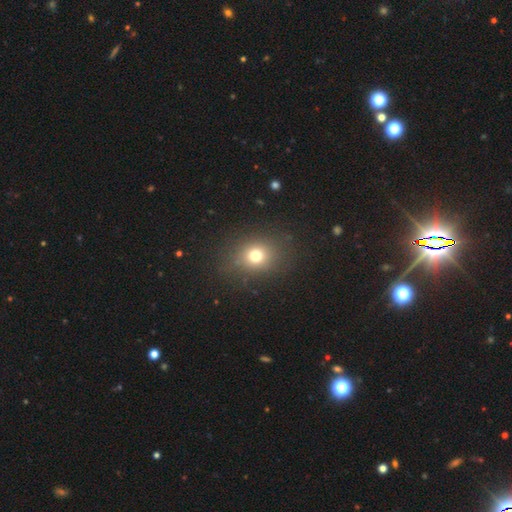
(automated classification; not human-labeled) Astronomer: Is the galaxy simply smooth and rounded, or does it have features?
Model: smooth — 73%.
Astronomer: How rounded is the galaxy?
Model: round — 68%.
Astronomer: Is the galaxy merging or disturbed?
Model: none — 85%.